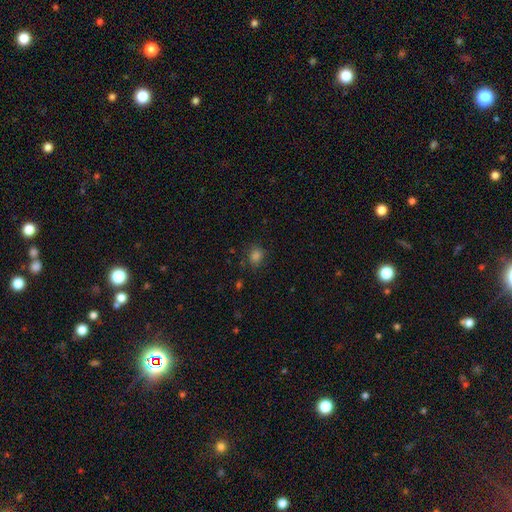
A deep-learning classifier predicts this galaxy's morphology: Smooth or featured? smooth (79%)
How rounded? round (64%)
Merging? none (78%)